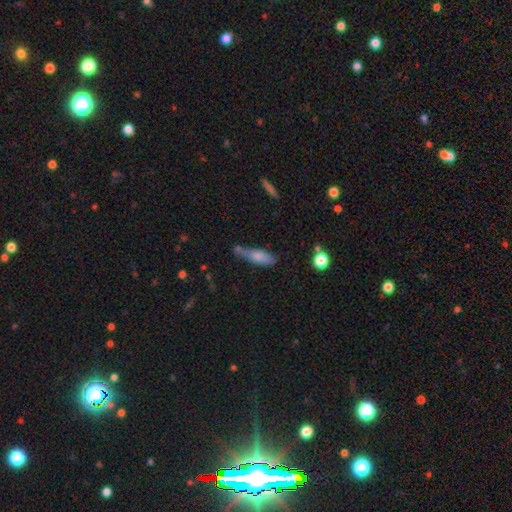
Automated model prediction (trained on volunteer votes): Smooth or featured? smooth (72%)
How rounded? cigar-shaped (55%)
Merging? none (51%)